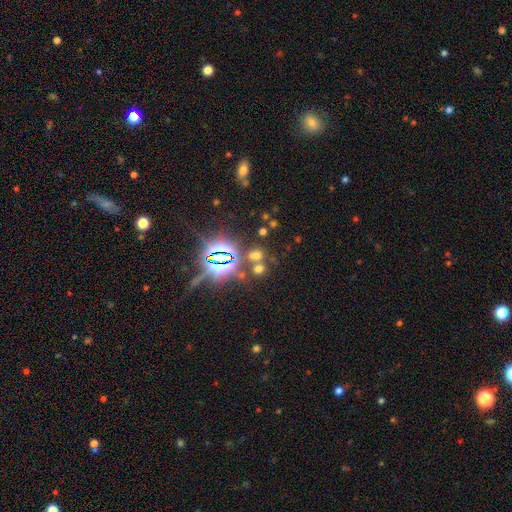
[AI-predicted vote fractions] A star or artifact, not a galaxy (52%).

Vote fractions:
- Smooth or featured? star or artifact: 52% / smooth: 39% / featured or disk: 9%